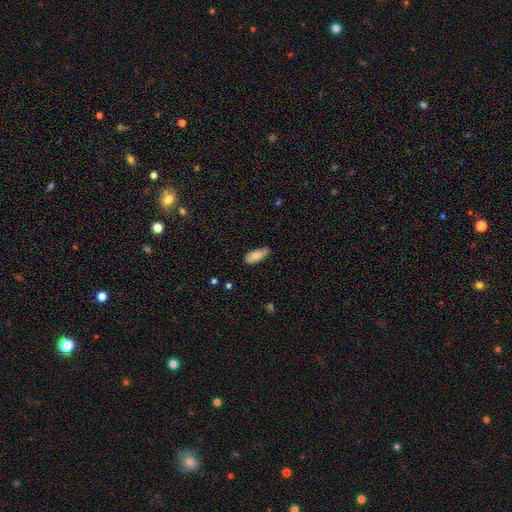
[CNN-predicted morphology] This is clearly a smooth galaxy (82%). How rounded: likely in between (79%). Merging: likely none (70%).